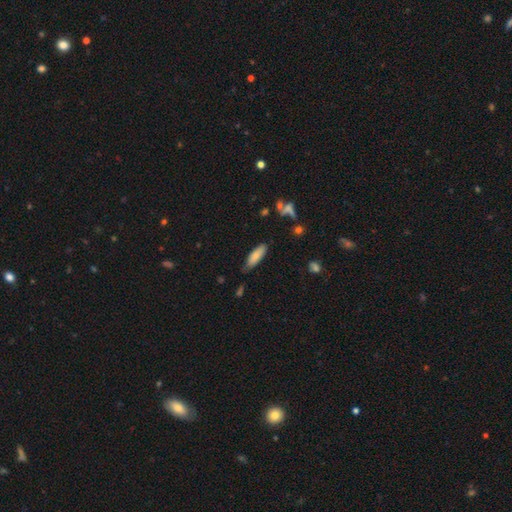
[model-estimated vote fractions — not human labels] This is likely a smooth galaxy (78%). How rounded: possibly in between (59%). Merging: likely none (68%).